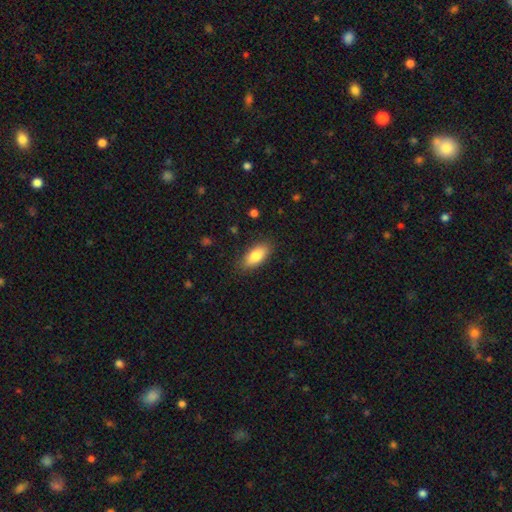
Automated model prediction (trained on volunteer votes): Smooth or featured: smooth — 84% (featured or disk — 10%)
How rounded: in between — 84% (cigar-shaped — 14%)
Merging: none — 85% (minor disturbance — 11%)